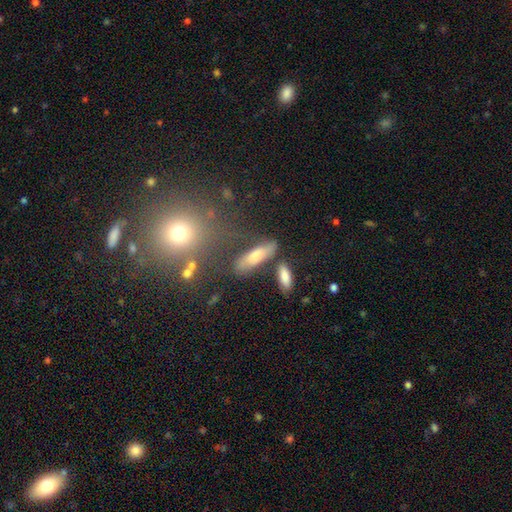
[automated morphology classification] This appears to be a smooth galaxy with no disk features (69%) that is in between round and cigar-shaped (49%). Merging: none (63%).